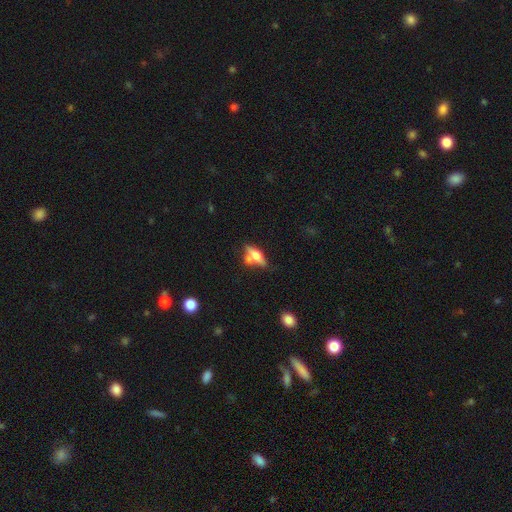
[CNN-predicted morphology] smooth-or-featured: smooth: 50% | featured or disk: 41% | star or artifact: 9%
  how-rounded: in between: 57% | cigar-shaped: 38% | round: 4%
  merging: none: 44% | merger: 28% | minor disturbance: 18% | major disturbance: 10%